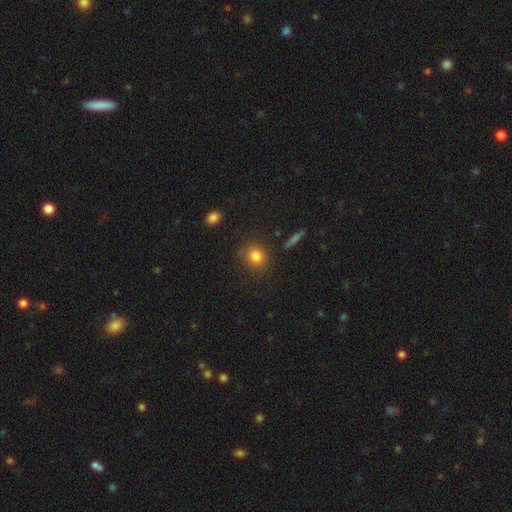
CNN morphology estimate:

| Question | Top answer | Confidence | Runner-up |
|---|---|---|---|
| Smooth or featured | smooth | 82% | star or artifact (11%) |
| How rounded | round | 82% | in between (16%) |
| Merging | none | 82% | minor disturbance (12%) |